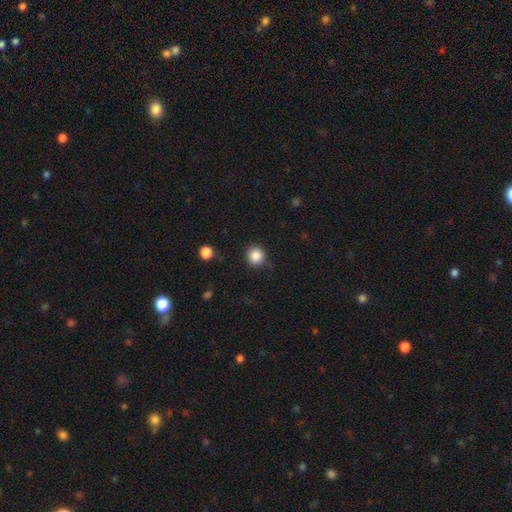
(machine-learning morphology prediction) Q: Smooth or featured?
A: smooth (87%); runner-up: star or artifact (10%)
Q: How rounded?
A: round (92%); runner-up: in between (7%)
Q: Merging?
A: none (85%); runner-up: minor disturbance (10%)